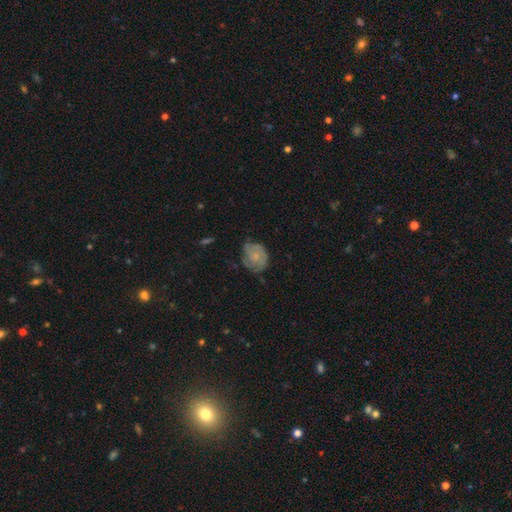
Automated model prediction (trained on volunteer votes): Smooth or featured? featured or disk (48%)
Merging? none (54%)